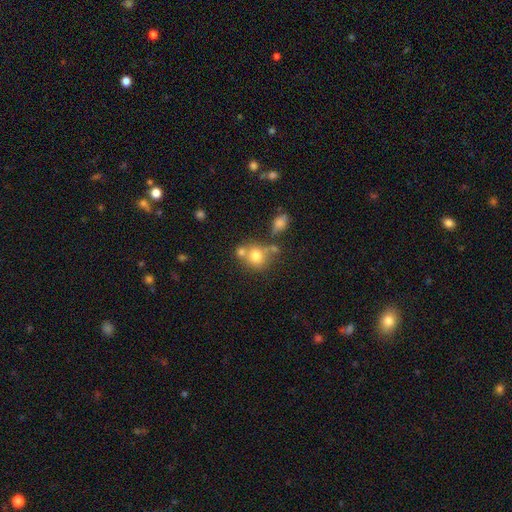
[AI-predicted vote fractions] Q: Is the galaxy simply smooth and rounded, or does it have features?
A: smooth — 75%.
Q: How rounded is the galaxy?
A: round — 76%.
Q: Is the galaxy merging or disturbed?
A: none — 48%.